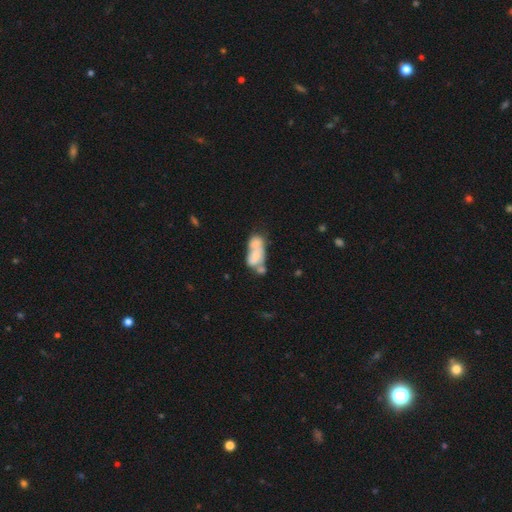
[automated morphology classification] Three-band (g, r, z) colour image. It shows a smooth galaxy with no disk features (54%) that is in between round and cigar-shaped (86%). Merging: merger (68%).